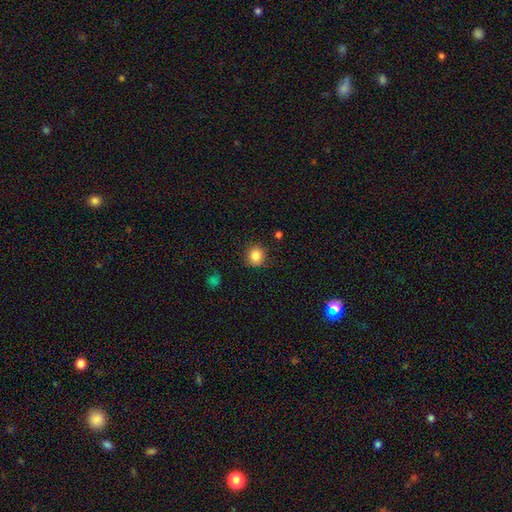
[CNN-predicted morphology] Overall: smooth (84%). How rounded: round (90%). Merging: none (87%).